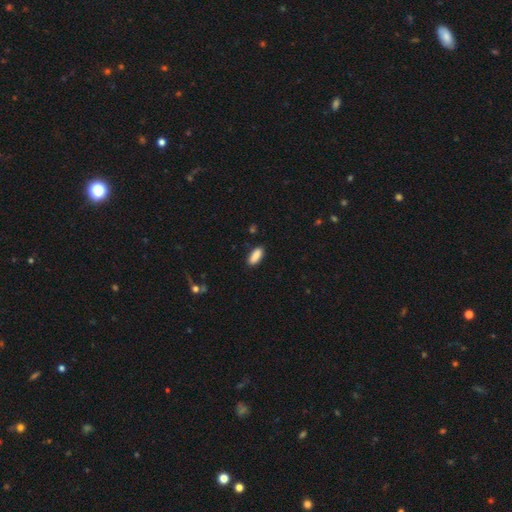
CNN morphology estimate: smooth-or-featured: smooth: 89% | star or artifact: 7% | featured or disk: 4%
  how-rounded: in between: 75% | cigar-shaped: 23% | round: 2%
  merging: none: 87% | minor disturbance: 10% | major disturbance: 2% | merger: 1%